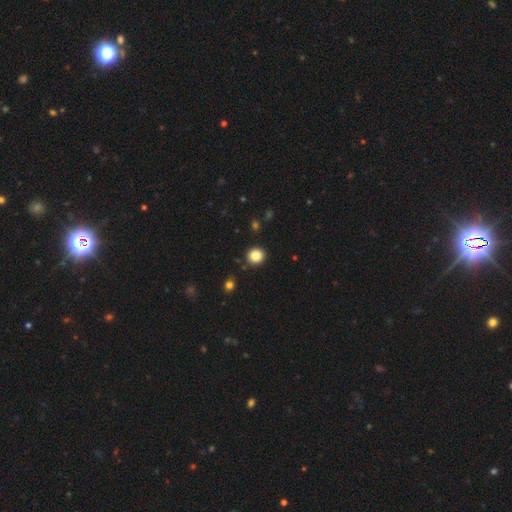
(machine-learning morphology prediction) smooth 85%, star or artifact 10%, featured or disk 4%. Down the decision tree: how rounded — round (89%); merging — none (90%).